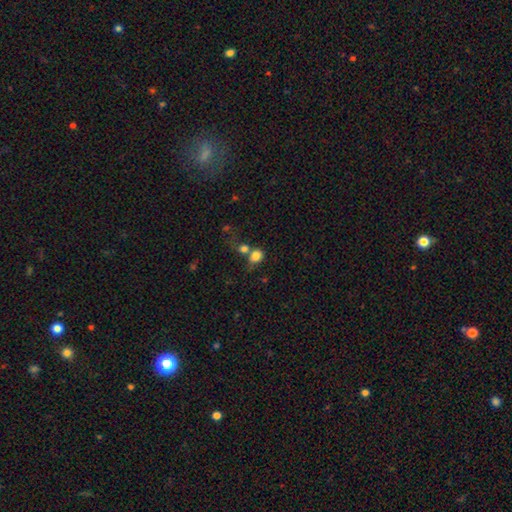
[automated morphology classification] smooth_or_featured: smooth (p=0.80) [alt: star or artifact p=0.11]
how_rounded: round (p=0.53) [alt: in between p=0.46]
merging: merger (p=0.44) [alt: none p=0.35]